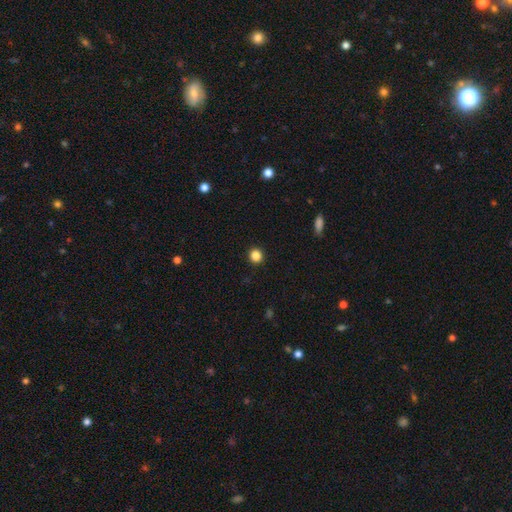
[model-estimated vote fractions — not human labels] The model was most divided on "smooth or featured": smooth: 85%, star or artifact: 11%, featured or disk: 4%. More confident: merging — none (93%); how rounded — round (92%).